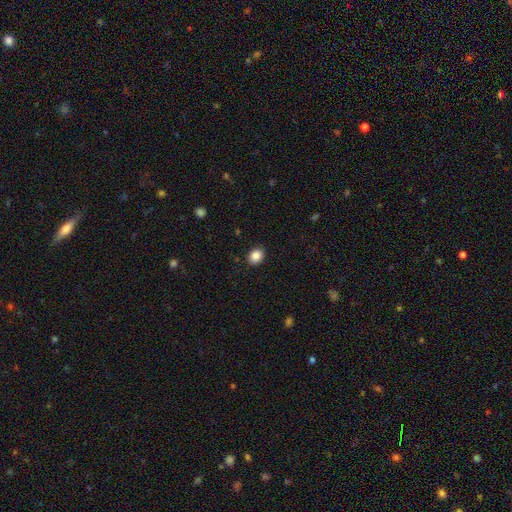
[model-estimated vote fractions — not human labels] smooth_or_featured: smooth (p=0.87) [alt: star or artifact p=0.09]
how_rounded: in between (p=0.58) [alt: round p=0.41]
merging: none (p=0.89) [alt: minor disturbance p=0.08]